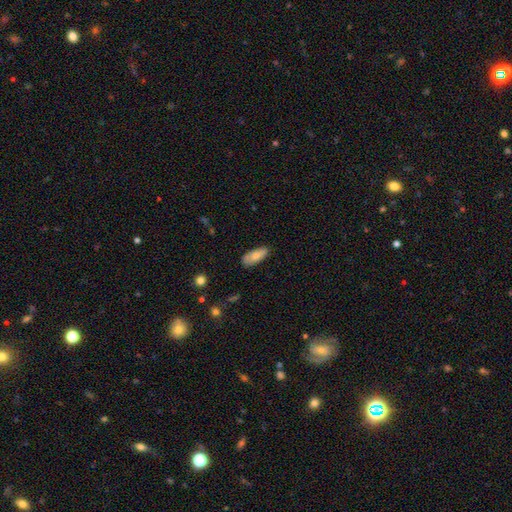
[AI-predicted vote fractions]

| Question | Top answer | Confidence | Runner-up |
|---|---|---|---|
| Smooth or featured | smooth | 79% | featured or disk (14%) |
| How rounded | in between | 81% | cigar-shaped (18%) |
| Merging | none | 78% | minor disturbance (18%) |